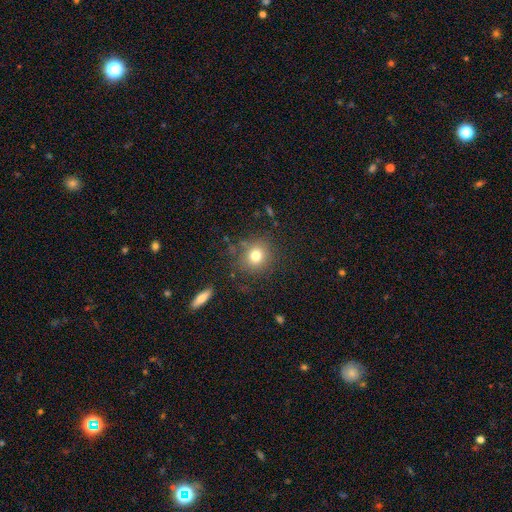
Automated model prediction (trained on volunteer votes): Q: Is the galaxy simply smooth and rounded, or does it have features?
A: smooth — 77%.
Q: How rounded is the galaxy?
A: round — 84%.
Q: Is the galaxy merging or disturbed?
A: none — 82%.